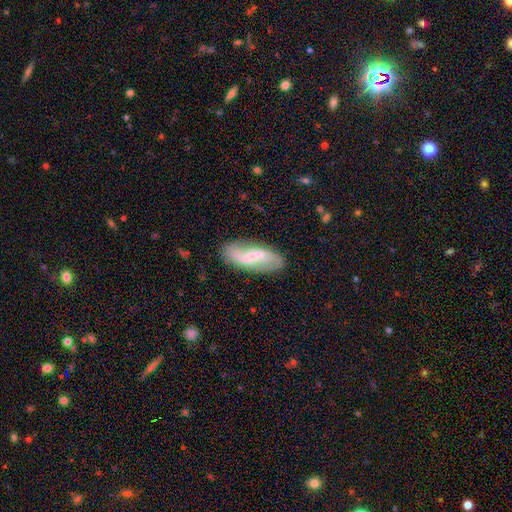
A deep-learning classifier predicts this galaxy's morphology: Smooth or featured?
  - featured or disk: 70% *
  - smooth: 23%
  - star or artifact: 7%
Edge-on disk?
  - no: 92% *
  - yes: 8%
Bar?
  - weak: 46% *
  - no: 27%
  - strong: 27%
Spiral arms?
  - yes: 89% *
  - no: 11%
Spiral winding?
  - loose: 59% *
  - medium: 29%
  - tight: 12%
Spiral arm count?
  - 2: 87% *
  - can't tell: 7%
  - 1: 3%
  - 3: 1%
  - 4: 1%
  - more than 4: 1%
Bulge size?
  - small: 55% *
  - moderate: 23%
  - none: 18%
  - large: 3%
  - dominant: 1%
Merging?
  - none: 78% *
  - minor disturbance: 16%
  - major disturbance: 5%
  - merger: 2%